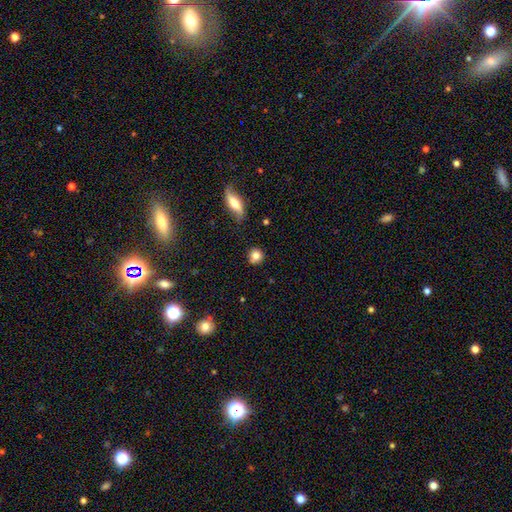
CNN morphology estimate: Q: Smooth or featured?
A: smooth (81%); runner-up: star or artifact (10%)
Q: How rounded?
A: round (88%); runner-up: in between (10%)
Q: Merging?
A: none (79%); runner-up: minor disturbance (13%)